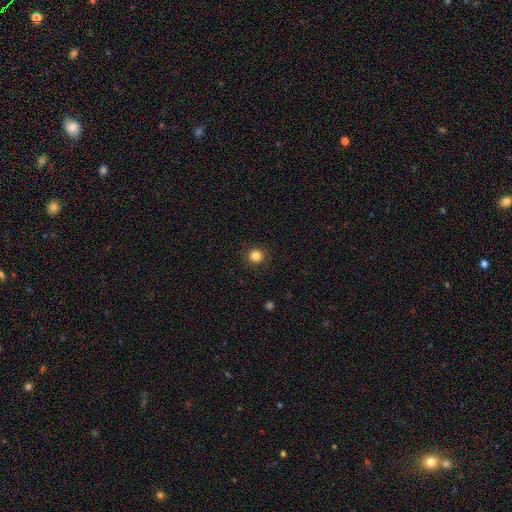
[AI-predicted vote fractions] smooth_or_featured: smooth (p=0.84) [alt: star or artifact p=0.12]
how_rounded: round (p=0.93) [alt: in between p=0.06]
merging: none (p=0.92) [alt: minor disturbance p=0.05]